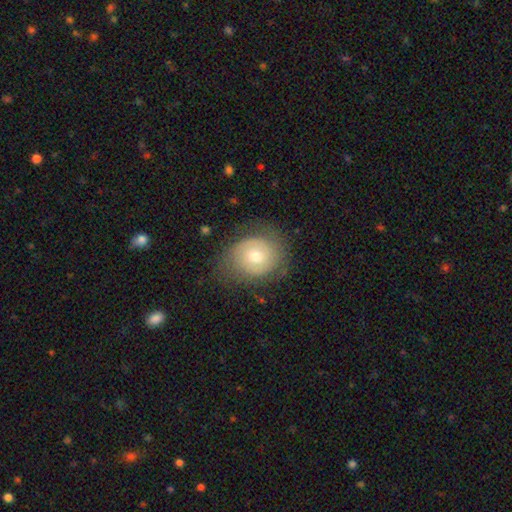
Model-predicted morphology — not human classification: This appears to be a featured or disk galaxy (53%) with no bar (75%), spiral arms (72%) and a moderate central bulge (66%). Merging: none (70%).